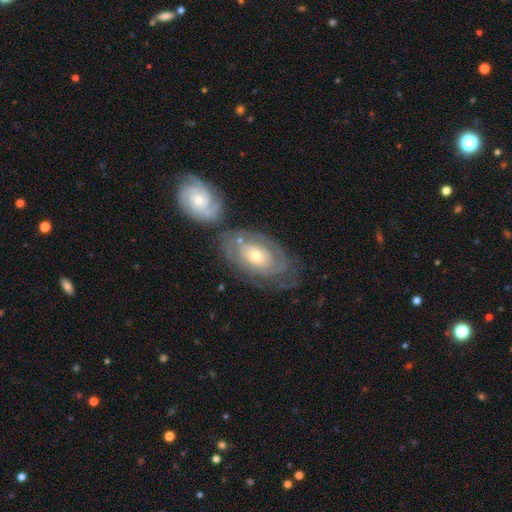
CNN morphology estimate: smooth_or_featured: featured or disk (p=0.77) [alt: smooth p=0.17]
disk_edge_on: no (p=0.95) [alt: yes p=0.05]
bar: no (p=0.78) [alt: weak p=0.17]
has_spiral_arms: yes (p=0.90) [alt: no p=0.10]
spiral_winding: tight (p=0.76) [alt: medium p=0.19]
spiral_arm_count: can't tell (p=0.43) [alt: 2 p=0.29]
bulge_size: moderate (p=0.51) [alt: small p=0.42]
merging: none (p=0.54) [alt: merger p=0.24]